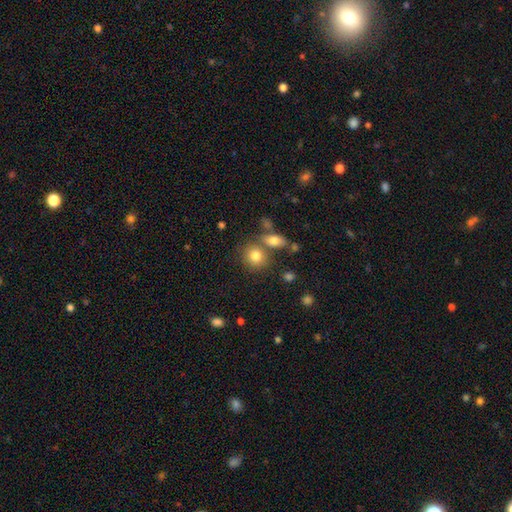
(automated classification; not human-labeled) Smooth or featured? Predicted: smooth (p=0.81). How rounded? Predicted: round (p=0.75). Merging? Predicted: none (p=0.62).